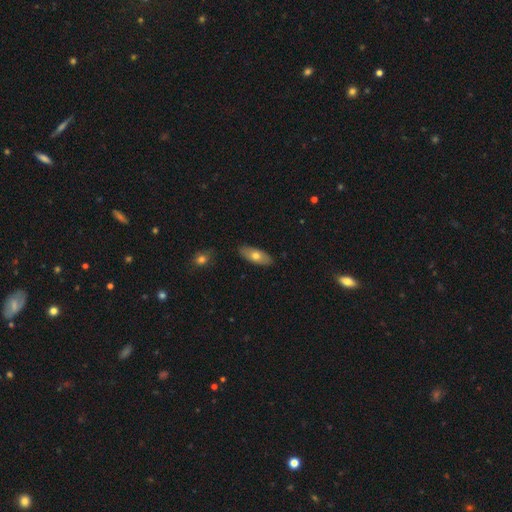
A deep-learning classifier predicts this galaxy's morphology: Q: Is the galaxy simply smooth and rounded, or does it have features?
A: smooth — 68%.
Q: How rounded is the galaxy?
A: in between — 79%.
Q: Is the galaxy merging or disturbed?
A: none — 88%.